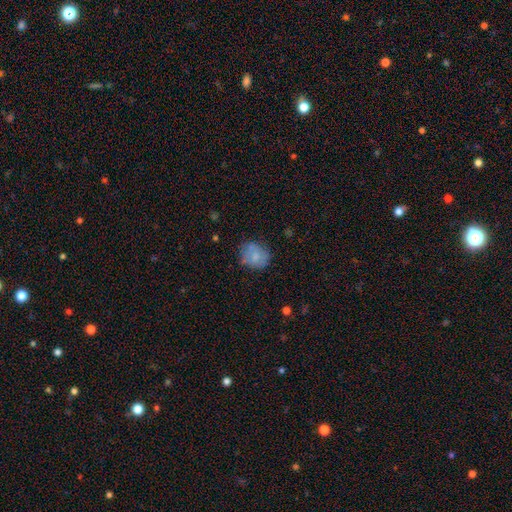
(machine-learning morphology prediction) Smooth or featured? smooth (71%)
How rounded? round (69%)
Merging? none (66%)